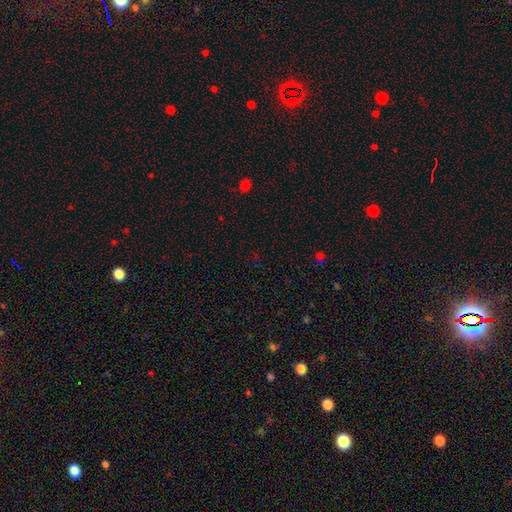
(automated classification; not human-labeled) Overall: star or artifact (65%; smooth 27%).